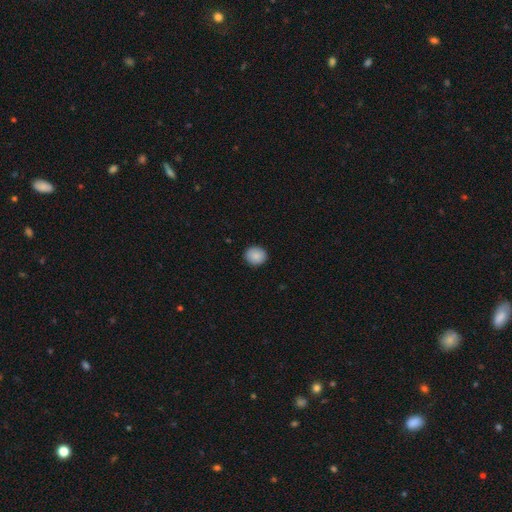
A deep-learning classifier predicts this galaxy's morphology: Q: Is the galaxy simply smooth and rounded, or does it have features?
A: smooth — 88%.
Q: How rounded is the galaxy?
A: round — 79%.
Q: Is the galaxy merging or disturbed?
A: none — 91%.